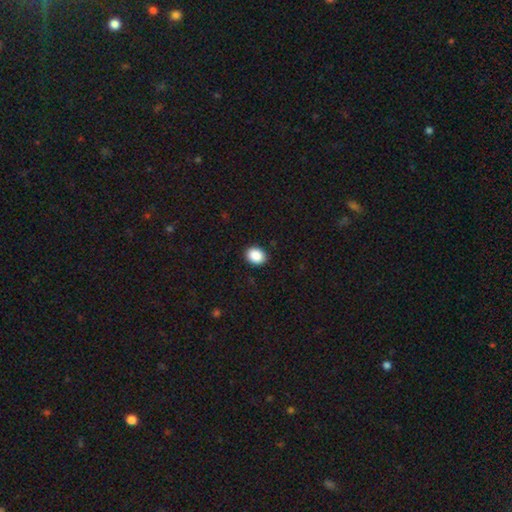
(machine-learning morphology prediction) Smooth or featured?
  - smooth: 89% *
  - star or artifact: 8%
  - featured or disk: 3%
How rounded?
  - round: 50% *
  - in between: 49%
  - cigar-shaped: 1%
Merging?
  - none: 91% *
  - minor disturbance: 7%
  - major disturbance: 2%
  - merger: 1%